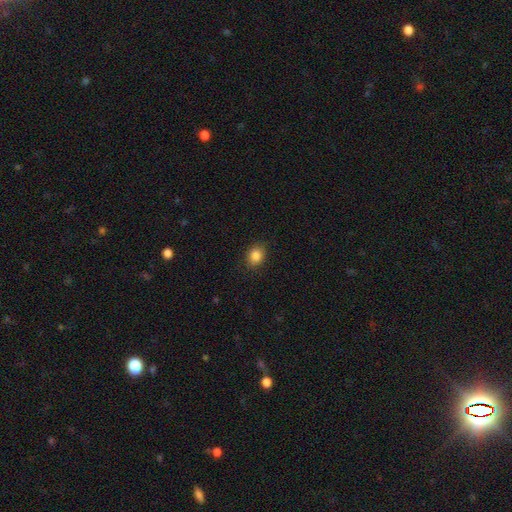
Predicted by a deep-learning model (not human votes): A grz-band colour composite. It shows a smooth galaxy with no disk features (86%) that is in between round and cigar-shaped (50%). Merging: none (87%).